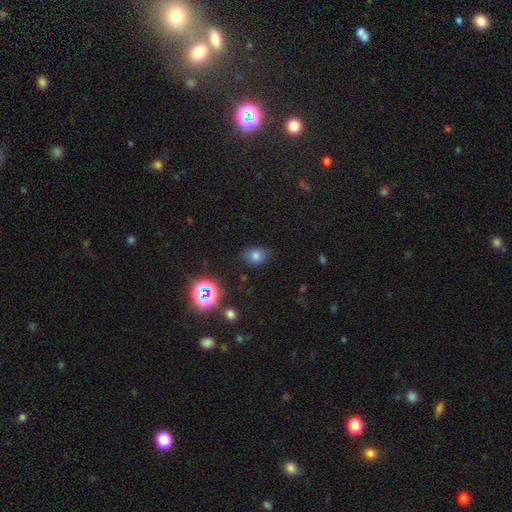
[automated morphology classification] Smooth or featured? Predicted: smooth (p=0.70). How rounded? Predicted: in between (p=0.62). Merging? Predicted: none (p=0.71).